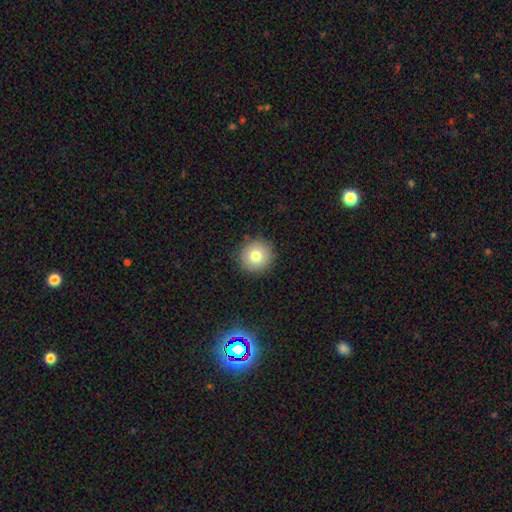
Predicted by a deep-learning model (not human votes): Smooth or featured? smooth (78%)
How rounded? round (94%)
Merging? none (90%)